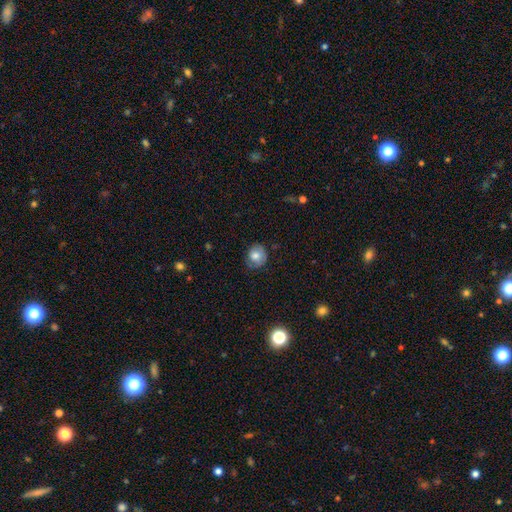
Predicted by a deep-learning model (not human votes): smooth_or_featured: smooth (p=0.74) [alt: featured or disk p=0.17]
how_rounded: round (p=0.73) [alt: in between p=0.26]
merging: none (p=0.67) [alt: minor disturbance p=0.26]